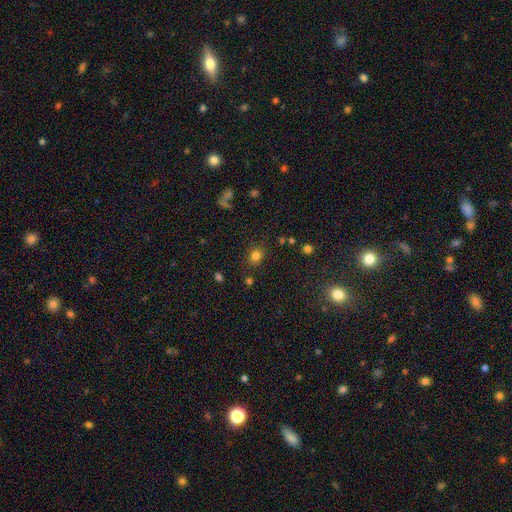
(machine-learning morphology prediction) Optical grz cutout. It shows a smooth galaxy with no disk features (80%) that is round (60%). Merging: none (84%).